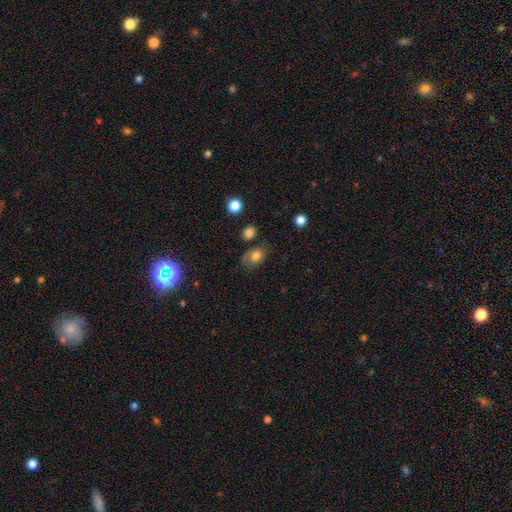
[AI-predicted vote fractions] A smooth galaxy with no disk features (74%) that is in between round and cigar-shaped (71%).

Vote fractions:
- Smooth or featured? smooth: 74% / featured or disk: 15% / star or artifact: 10%
- How rounded? in between: 71% / round: 27% / cigar-shaped: 1%
- Merging? none: 60% / minor disturbance: 25% / major disturbance: 10% / merger: 5%